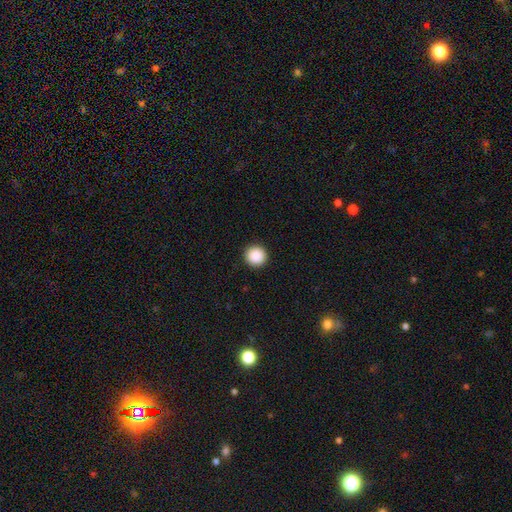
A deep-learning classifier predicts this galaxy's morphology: smooth 89%, star or artifact 9%, featured or disk 2%. Down the decision tree: how rounded — round (96%); merging — none (93%).